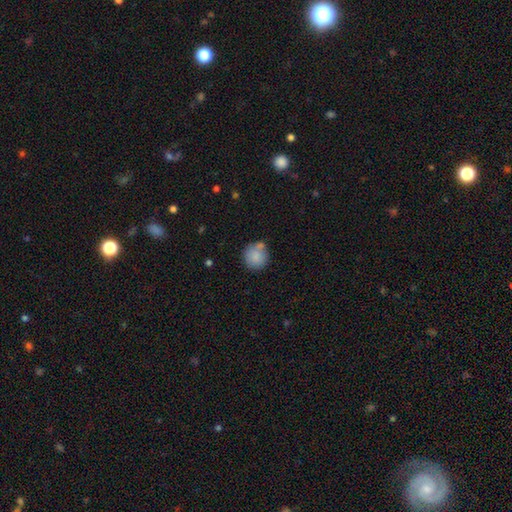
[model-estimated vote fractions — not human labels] Smooth or featured: smooth — 85% (star or artifact — 8%)
How rounded: round — 91% (in between — 8%)
Merging: none — 64% (minor disturbance — 16%)